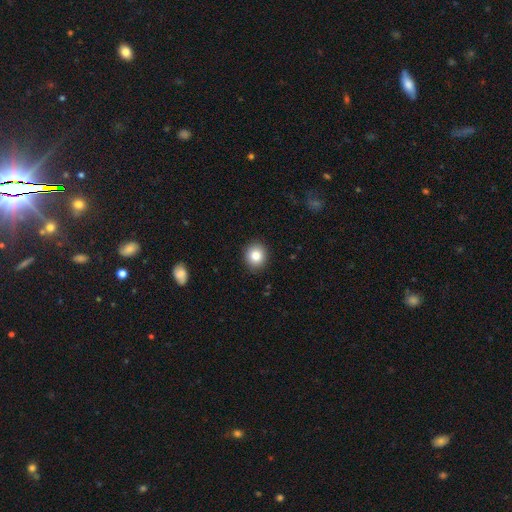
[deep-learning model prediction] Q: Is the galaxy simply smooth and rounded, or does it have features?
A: smooth — 84%.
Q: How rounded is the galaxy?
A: round — 82%.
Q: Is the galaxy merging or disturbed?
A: none — 91%.